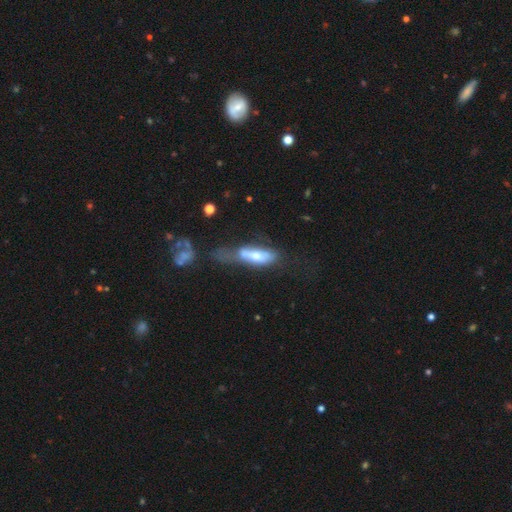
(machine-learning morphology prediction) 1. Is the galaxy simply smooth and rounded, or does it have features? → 51% smooth, 41% featured or disk, 7% star or artifact.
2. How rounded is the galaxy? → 56% in between, 42% cigar-shaped, 2% round.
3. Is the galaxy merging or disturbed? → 40% major disturbance, 22% minor disturbance, 20% none, 19% merger.